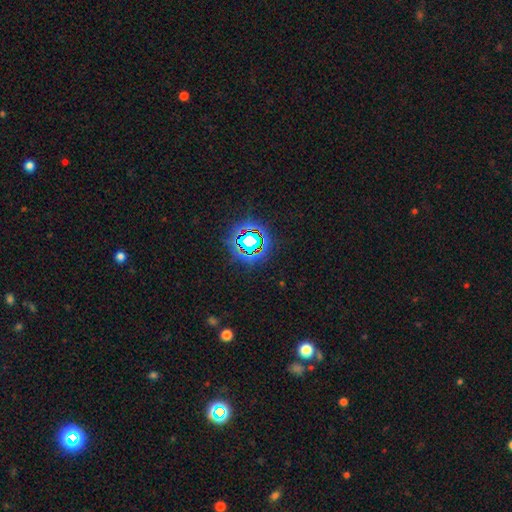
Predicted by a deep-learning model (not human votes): This appears to be a star or artifact, not a galaxy (77%).